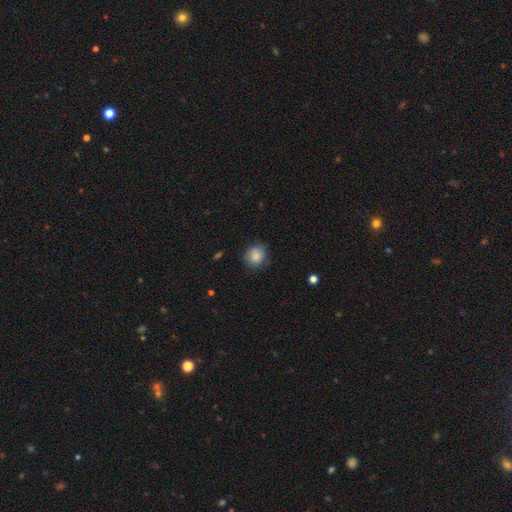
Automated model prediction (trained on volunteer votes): This appears to be a smooth galaxy with no disk features (84%) that is round (73%). Merging: none (78%).